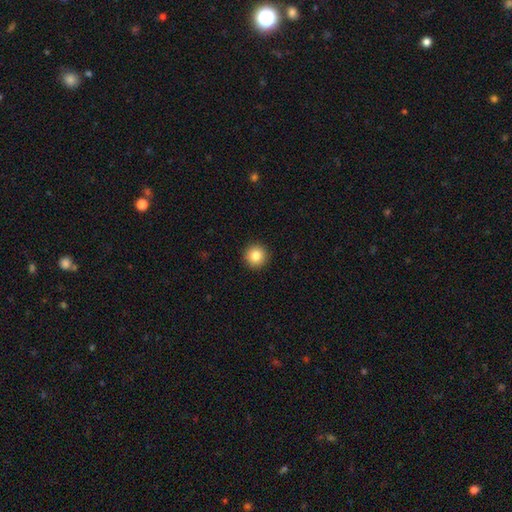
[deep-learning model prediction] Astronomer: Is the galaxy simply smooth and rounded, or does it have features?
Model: smooth — 84%.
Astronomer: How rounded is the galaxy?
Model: round — 96%.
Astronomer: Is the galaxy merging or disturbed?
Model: none — 93%.